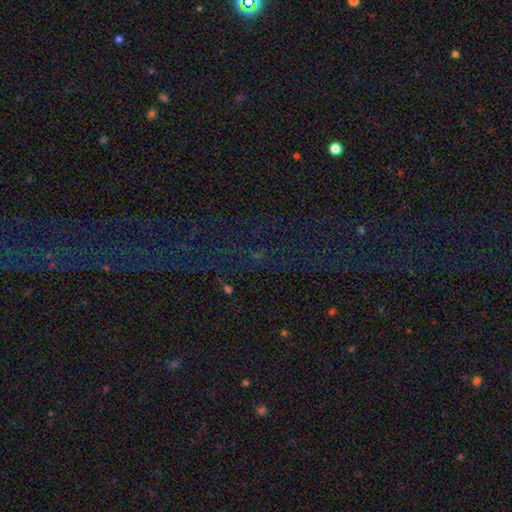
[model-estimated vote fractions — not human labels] Smooth or featured: star or artifact — 79% (featured or disk — 11%)